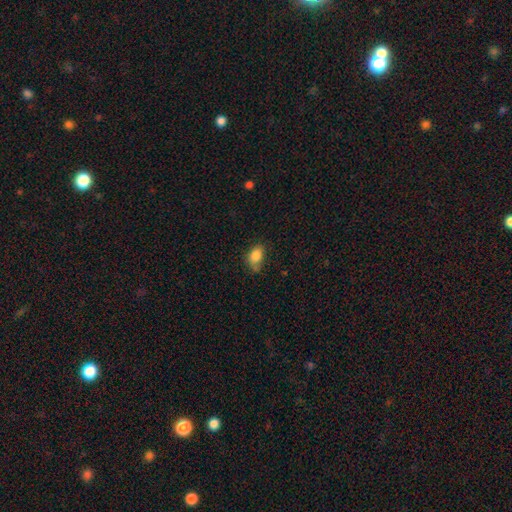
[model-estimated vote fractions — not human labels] A smooth galaxy with no disk features (84%) that is in between round and cigar-shaped (80%).

Vote fractions:
- Smooth or featured? smooth: 84% / star or artifact: 9% / featured or disk: 6%
- How rounded? in between: 80% / round: 18% / cigar-shaped: 2%
- Merging? none: 55% / minor disturbance: 33% / major disturbance: 9% / merger: 4%